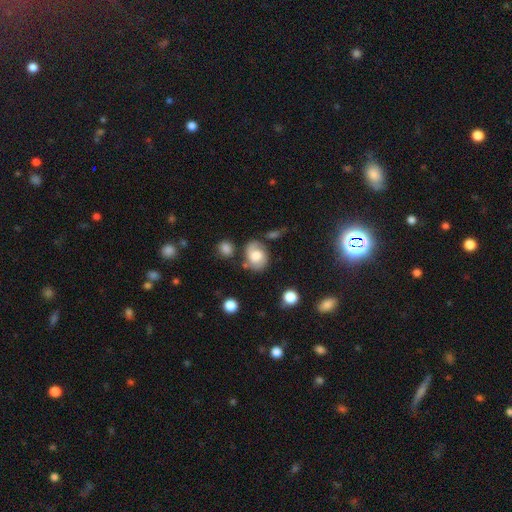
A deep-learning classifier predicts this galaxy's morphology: A smooth galaxy with no disk features (50%). Merging: none (63%).